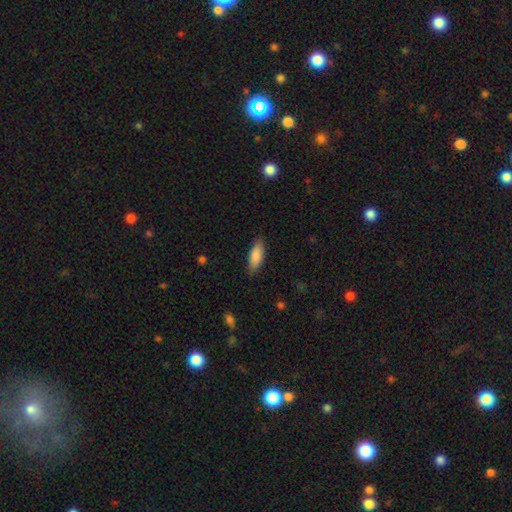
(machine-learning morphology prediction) smooth_or_featured: smooth (p=0.87) [alt: featured or disk p=0.07]
how_rounded: in between (p=0.76) [alt: cigar-shaped p=0.22]
merging: none (p=0.83) [alt: minor disturbance p=0.13]